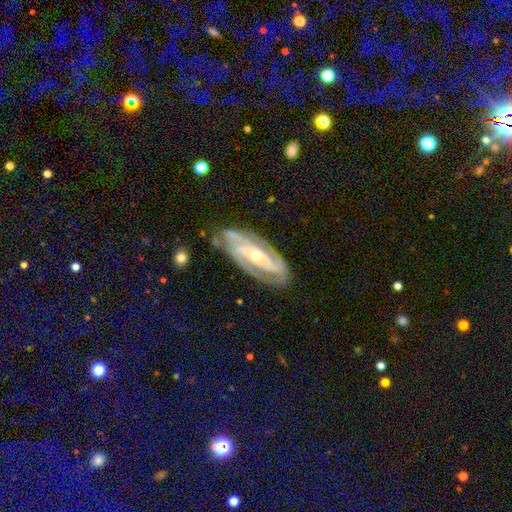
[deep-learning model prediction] Morphology: type=featured or disk (88%); edge-on=no (93%); bar=no (48%); spiral arms=yes (97%); winding=tight (58%); arm count=2 (46%); bulge=small (49%); merging=none (78%).